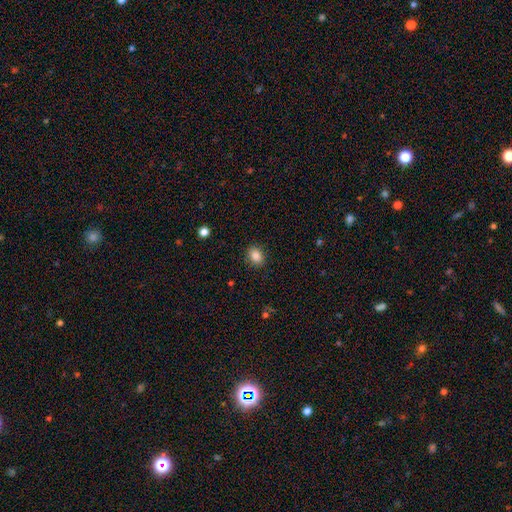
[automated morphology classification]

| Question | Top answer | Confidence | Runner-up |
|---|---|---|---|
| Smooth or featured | smooth | 86% | star or artifact (10%) |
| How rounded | in between | 60% | round (39%) |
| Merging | none | 88% | minor disturbance (8%) |